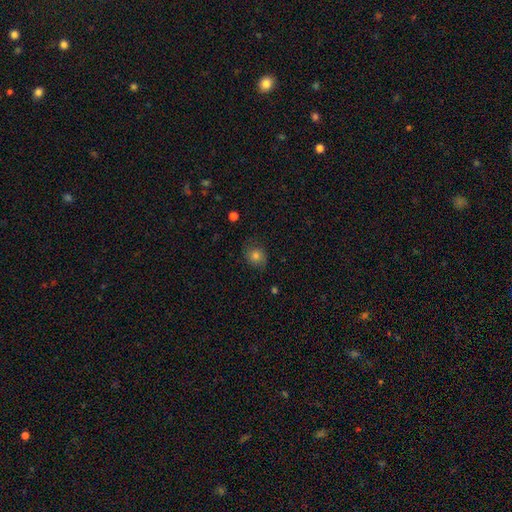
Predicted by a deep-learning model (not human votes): smooth-or-featured: smooth: 75% | star or artifact: 13% | featured or disk: 12%
  how-rounded: round: 74% | in between: 25% | cigar-shaped: 1%
  merging: none: 74% | minor disturbance: 19% | major disturbance: 6% | merger: 1%